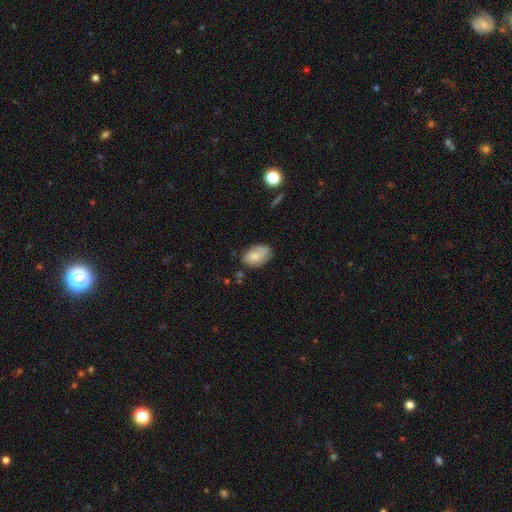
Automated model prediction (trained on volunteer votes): Morphology: type=smooth (72%); roundness=in between (91%); merging=none (63%).